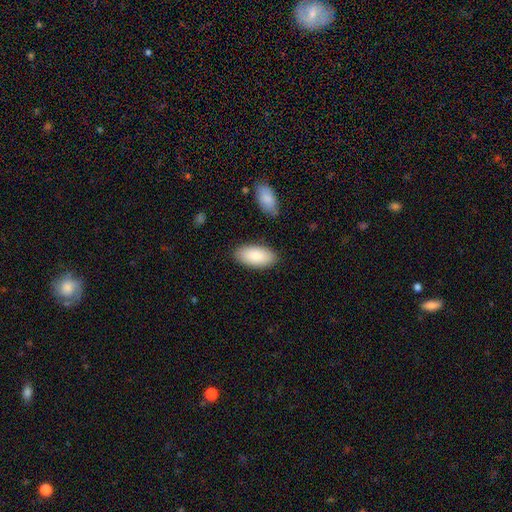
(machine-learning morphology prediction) The model was most divided on "merging": none: 85%, minor disturbance: 10%, major disturbance: 2%, merger: 2%. More confident: how rounded — in between (94%); smooth or featured — smooth (87%).